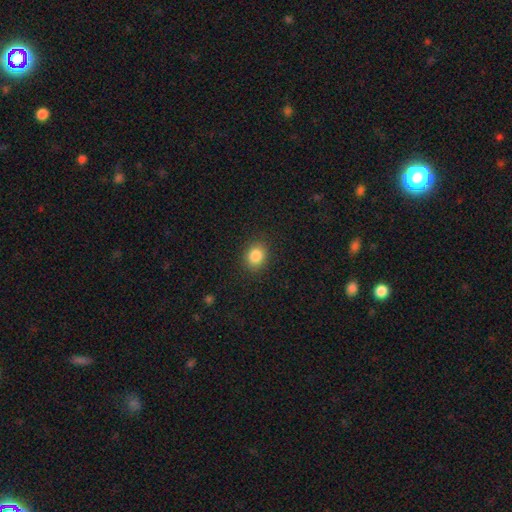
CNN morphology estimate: A smooth galaxy with no disk features (85%) that is round (56%).

Vote fractions:
- Smooth or featured? smooth: 85% / star or artifact: 10% / featured or disk: 5%
- How rounded? round: 56% / in between: 43% / cigar-shaped: 1%
- Merging? none: 88% / minor disturbance: 8% / major disturbance: 3% / merger: 1%